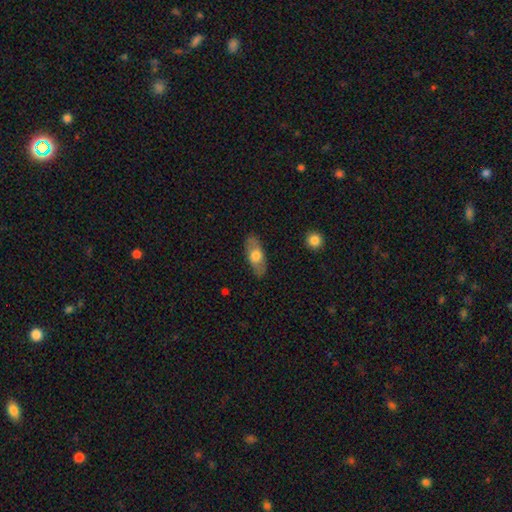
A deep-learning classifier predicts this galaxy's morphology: A smooth galaxy with no disk features (64%) that is in between round and cigar-shaped (82%).

Vote fractions:
- Smooth or featured? smooth: 64% / featured or disk: 31% / star or artifact: 6%
- How rounded? in between: 82% / cigar-shaped: 14% / round: 4%
- Merging? none: 86% / minor disturbance: 11% / major disturbance: 3% / merger: 1%